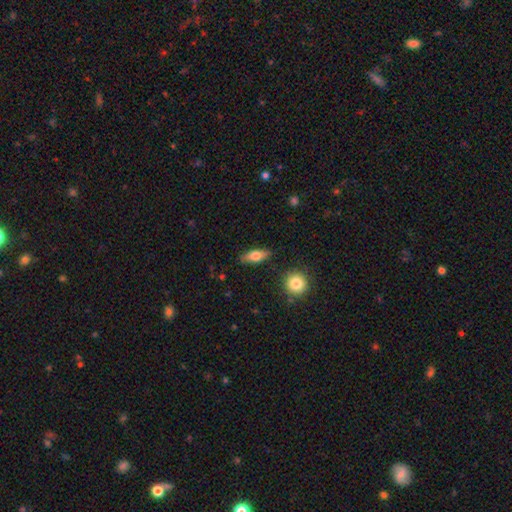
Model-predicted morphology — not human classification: This appears to be a smooth galaxy with no disk features (61%) that is in between round and cigar-shaped (67%). Merging: none (86%).